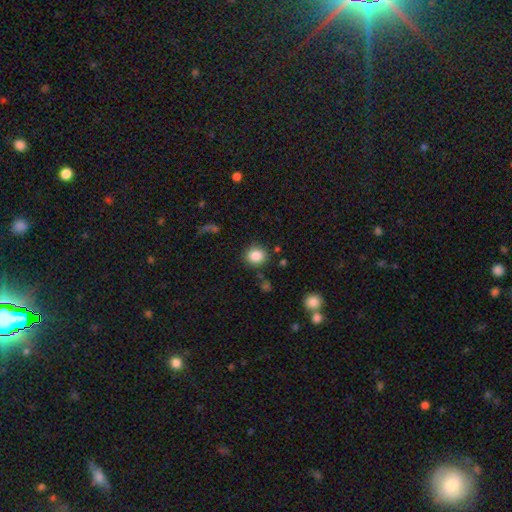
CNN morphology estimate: A smooth galaxy with no disk features (86%) that is round (74%).

Vote fractions:
- Smooth or featured? smooth: 86% / star or artifact: 9% / featured or disk: 5%
- How rounded? round: 74% / in between: 25% / cigar-shaped: 1%
- Merging? none: 83% / minor disturbance: 10% / major disturbance: 4% / merger: 3%